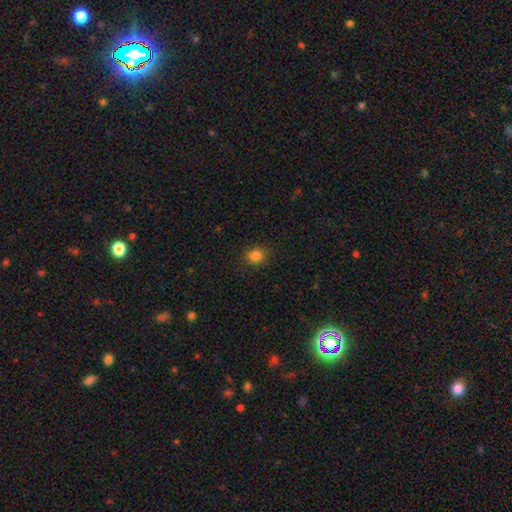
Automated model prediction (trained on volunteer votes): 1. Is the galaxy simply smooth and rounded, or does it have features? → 82% smooth, 13% star or artifact, 5% featured or disk.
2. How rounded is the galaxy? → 74% round, 25% in between, 1% cigar-shaped.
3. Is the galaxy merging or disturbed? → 86% none, 10% minor disturbance, 3% major disturbance, 1% merger.